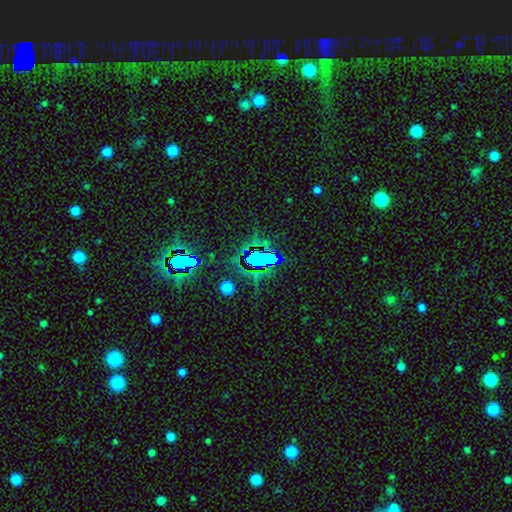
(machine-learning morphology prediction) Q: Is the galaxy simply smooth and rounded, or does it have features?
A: star or artifact — 67%.